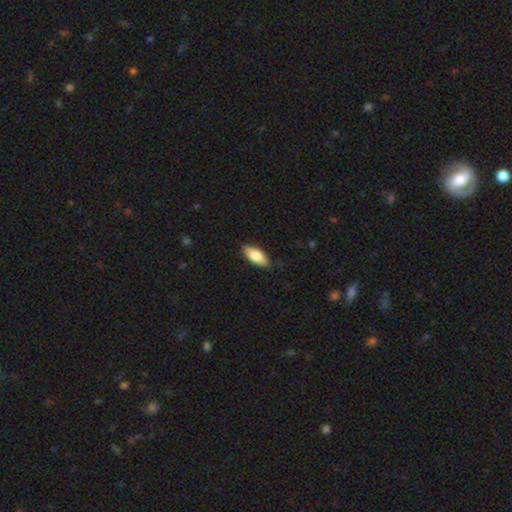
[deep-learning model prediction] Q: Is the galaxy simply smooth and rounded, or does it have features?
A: smooth — 79%.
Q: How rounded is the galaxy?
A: in between — 81%.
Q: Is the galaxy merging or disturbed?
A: none — 86%.